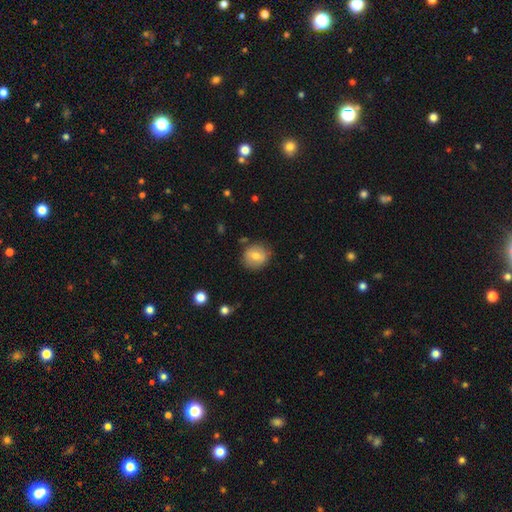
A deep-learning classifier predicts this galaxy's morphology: Smooth or featured?
  - smooth: 71% *
  - featured or disk: 20%
  - star or artifact: 9%
How rounded?
  - round: 82% *
  - in between: 17%
  - cigar-shaped: 1%
Merging?
  - none: 82% *
  - minor disturbance: 12%
  - major disturbance: 3%
  - merger: 2%